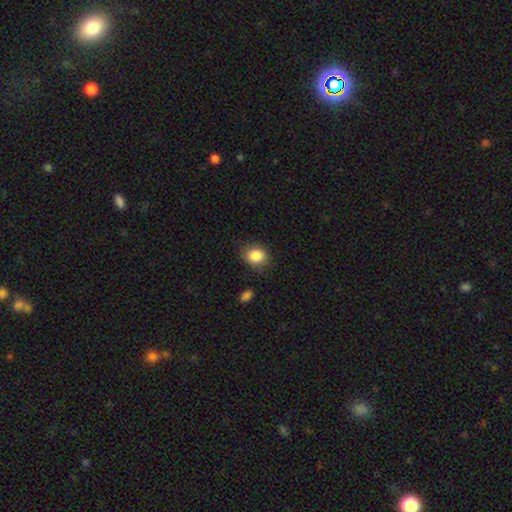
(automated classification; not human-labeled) Smooth or featured?
  - smooth: 86% *
  - star or artifact: 9%
  - featured or disk: 5%
How rounded?
  - round: 53% *
  - in between: 46%
  - cigar-shaped: 1%
Merging?
  - none: 76% *
  - minor disturbance: 18%
  - major disturbance: 4%
  - merger: 2%